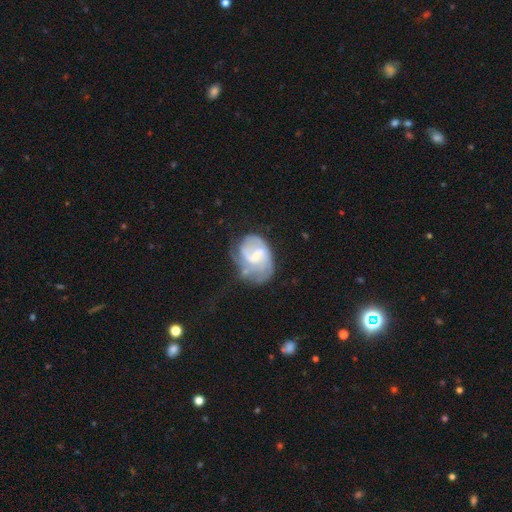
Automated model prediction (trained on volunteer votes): This appears to be a featured or disk galaxy (72%) with a weak bar (50%), 2 (38%) medium (41%) spiral arms (82%) and a small central bulge (59%). Merging: none (36%).